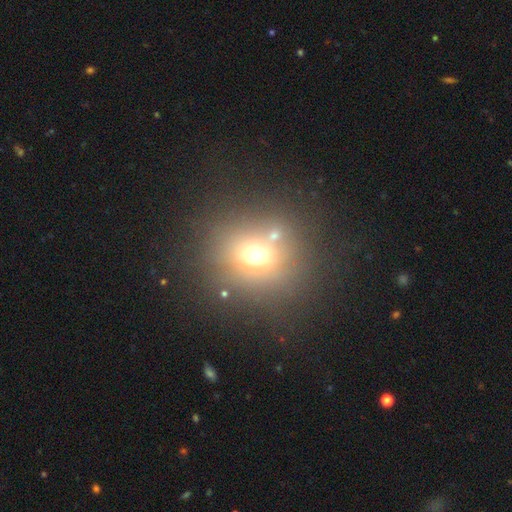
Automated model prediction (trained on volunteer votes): Overall: smooth (63%). How rounded: round (79%). Merging: none (69%).